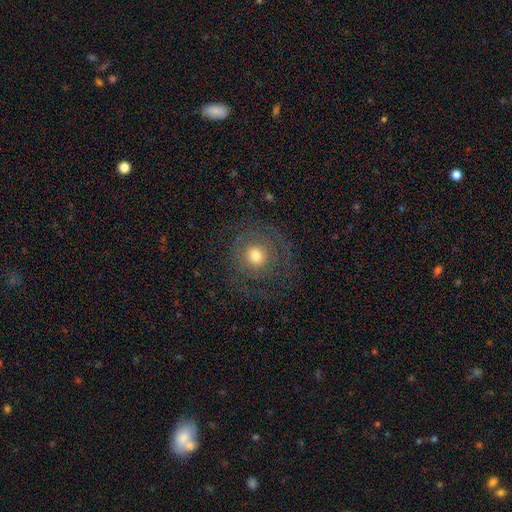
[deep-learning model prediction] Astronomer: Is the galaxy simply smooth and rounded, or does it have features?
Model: featured or disk — 45% (runner-up: smooth, 44%).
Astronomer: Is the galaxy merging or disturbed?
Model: none — 71%.